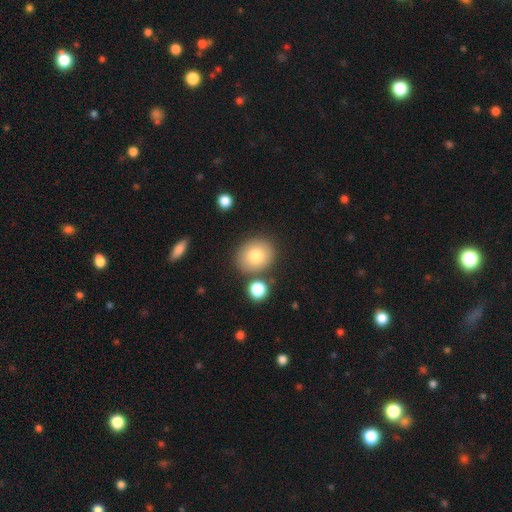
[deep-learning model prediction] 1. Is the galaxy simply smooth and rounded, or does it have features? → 79% smooth, 12% featured or disk, 9% star or artifact.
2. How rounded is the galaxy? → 69% round, 30% in between, 1% cigar-shaped.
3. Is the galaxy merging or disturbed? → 79% none, 9% minor disturbance, 8% merger, 3% major disturbance.